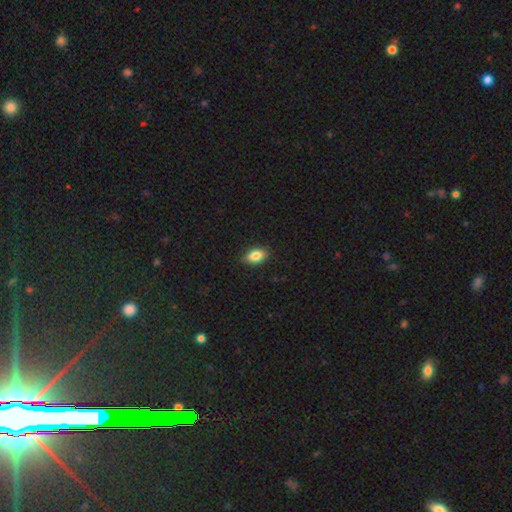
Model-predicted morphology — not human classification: The model was most divided on "smooth or featured": smooth: 83%, featured or disk: 9%, star or artifact: 8%. More confident: merging — none (87%); how rounded — in between (86%).